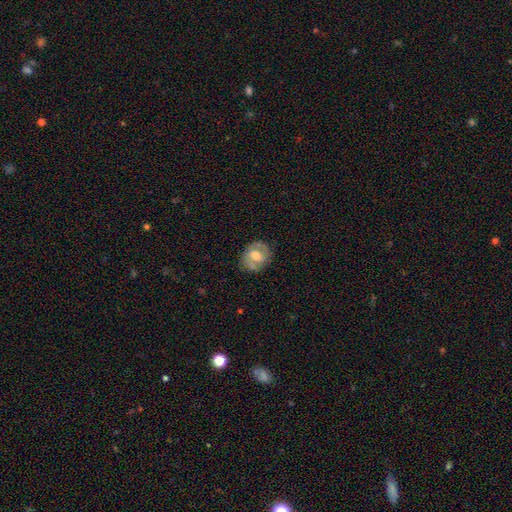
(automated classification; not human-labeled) Morphology: type=featured or disk (56%); edge-on=no (96%); bar=weak (46%); spiral arms=yes (71%); bulge=moderate (64%); merging=none (74%).